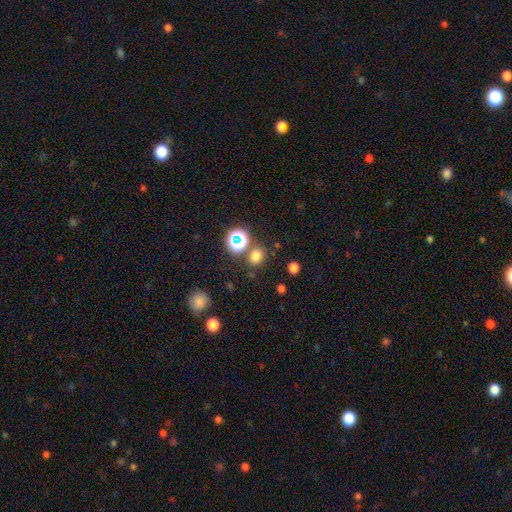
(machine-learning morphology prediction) This is likely a smooth galaxy (71%). How rounded: likely round (69%). Merging: likely none (78%).